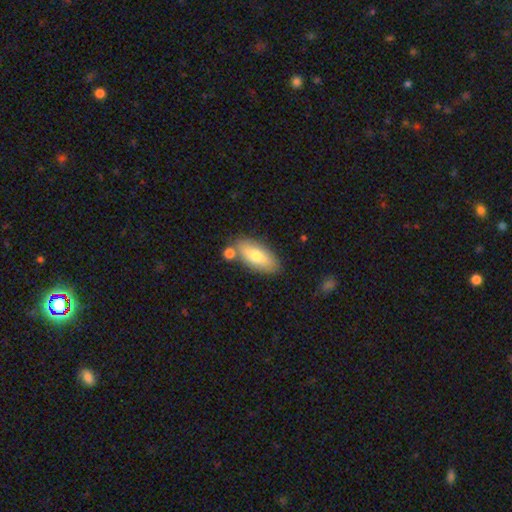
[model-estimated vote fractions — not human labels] Q: Smooth or featured?
A: smooth (72%); runner-up: featured or disk (21%)
Q: How rounded?
A: in between (84%); runner-up: cigar-shaped (13%)
Q: Merging?
A: none (74%); runner-up: minor disturbance (13%)